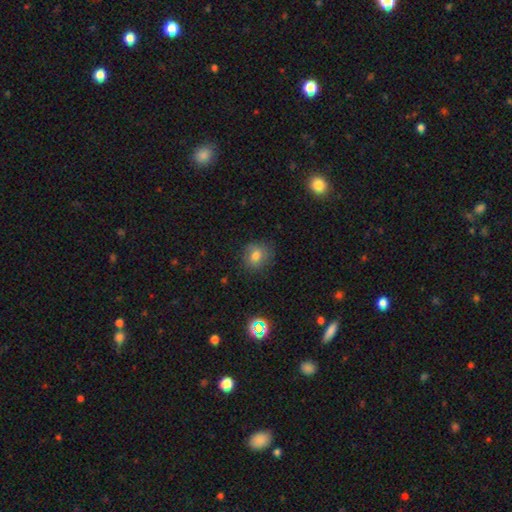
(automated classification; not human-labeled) smooth 75%, star or artifact 13%, featured or disk 12%. Down the decision tree: how rounded — round (77%); merging — none (78%).